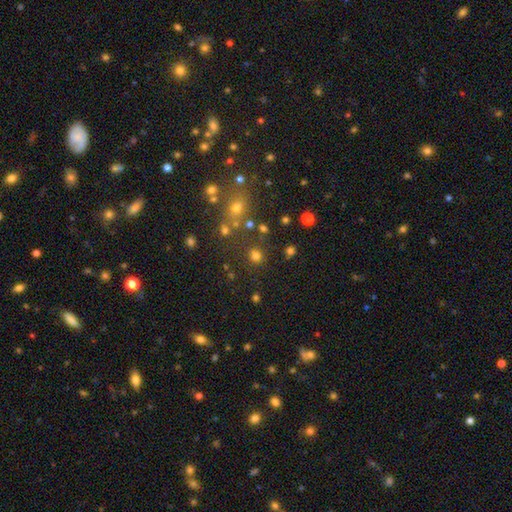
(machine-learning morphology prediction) A smooth galaxy with no disk features (71%) that is round (87%).

Vote fractions:
- Smooth or featured? smooth: 71% / star or artifact: 22% / featured or disk: 7%
- How rounded? round: 87% / in between: 12% / cigar-shaped: 1%
- Merging? none: 76% / merger: 10% / minor disturbance: 10% / major disturbance: 4%